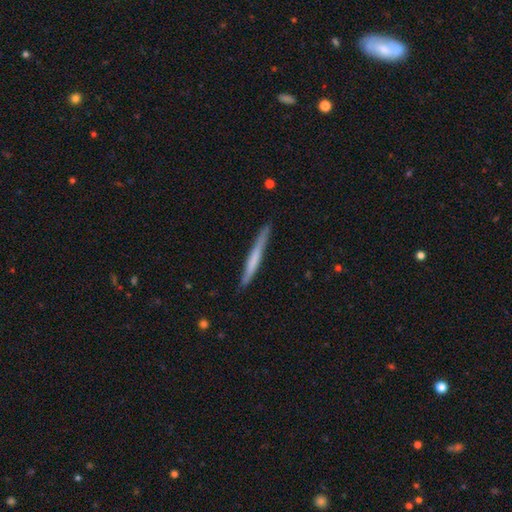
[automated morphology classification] Overall: smooth (50%; featured or disk 44%). Merging: none (88%).